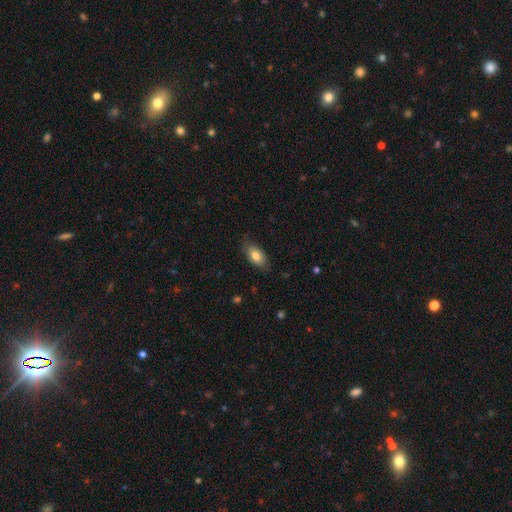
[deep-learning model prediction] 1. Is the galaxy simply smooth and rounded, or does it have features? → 78% smooth, 16% featured or disk, 7% star or artifact.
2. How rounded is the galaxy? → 88% in between, 7% cigar-shaped, 4% round.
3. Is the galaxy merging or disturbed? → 77% none, 19% minor disturbance, 3% major disturbance, 1% merger.